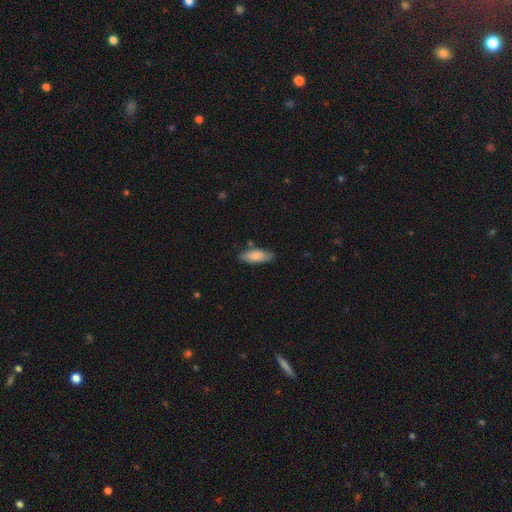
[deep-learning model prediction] Smooth or featured: smooth — 83% (featured or disk — 11%)
How rounded: in between — 75% (cigar-shaped — 23%)
Merging: none — 79% (minor disturbance — 16%)